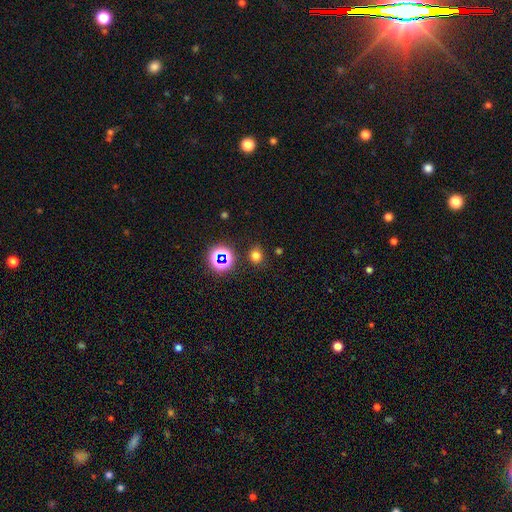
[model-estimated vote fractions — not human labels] Smooth or featured? smooth (69%)
How rounded? round (79%)
Merging? none (82%)